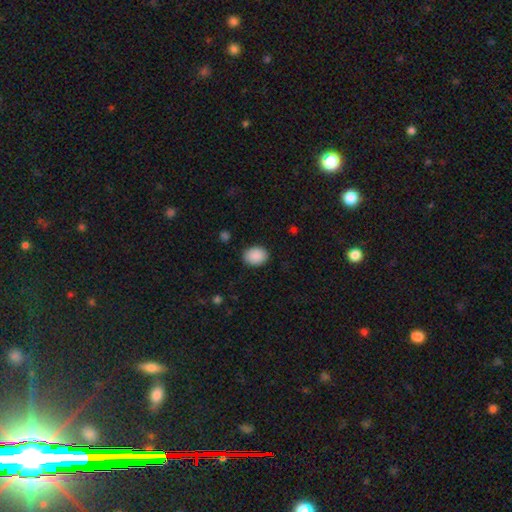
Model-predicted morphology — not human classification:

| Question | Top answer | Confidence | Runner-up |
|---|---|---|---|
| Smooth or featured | smooth | 90% | star or artifact (7%) |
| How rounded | in between | 59% | round (40%) |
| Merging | none | 88% | minor disturbance (9%) |